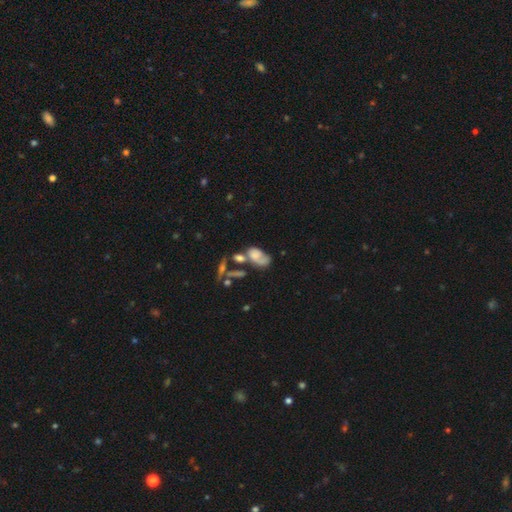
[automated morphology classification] This appears to be a smooth galaxy with no disk features (55%) that is in between round and cigar-shaped (86%). Merging: merger (37%).